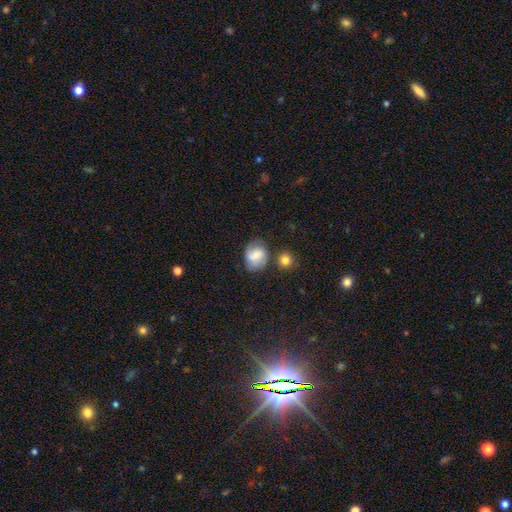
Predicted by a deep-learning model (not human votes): Smooth or featured: smooth — 64% (featured or disk — 27%)
How rounded: in between — 50% (round — 48%)
Merging: none — 64% (minor disturbance — 21%)